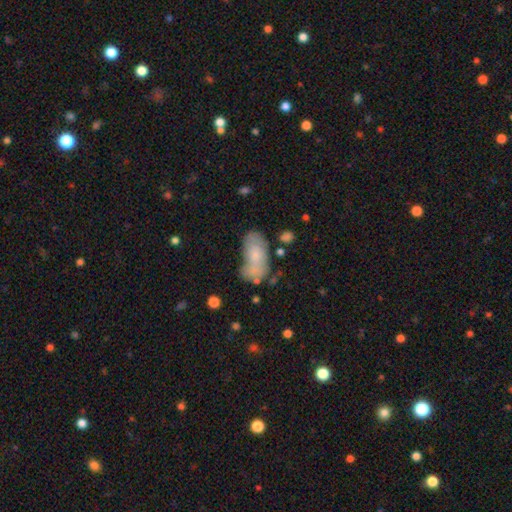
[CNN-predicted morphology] smooth 70%, featured or disk 21%, star or artifact 8%. Down the decision tree: how rounded — in between (91%); merging — none (40%).